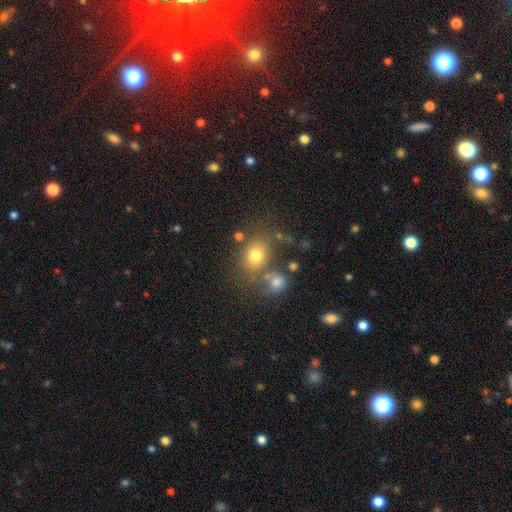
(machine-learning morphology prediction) Smooth or featured: smooth — 74% (star or artifact — 15%)
How rounded: round — 58% (in between — 41%)
Merging: none — 63% (merger — 18%)